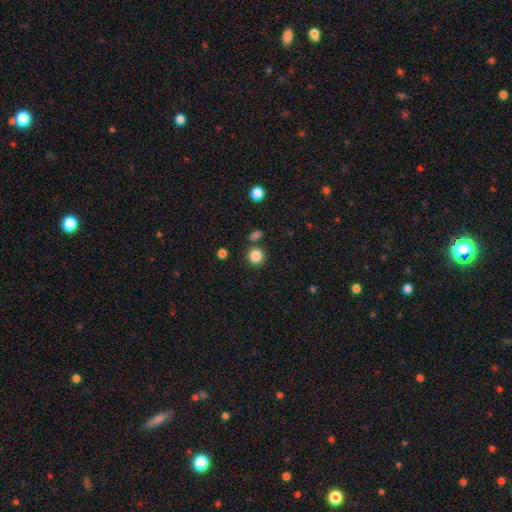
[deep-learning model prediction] Q: Smooth or featured?
A: smooth (85%); runner-up: star or artifact (11%)
Q: How rounded?
A: round (90%); runner-up: in between (9%)
Q: Merging?
A: none (81%); runner-up: minor disturbance (9%)